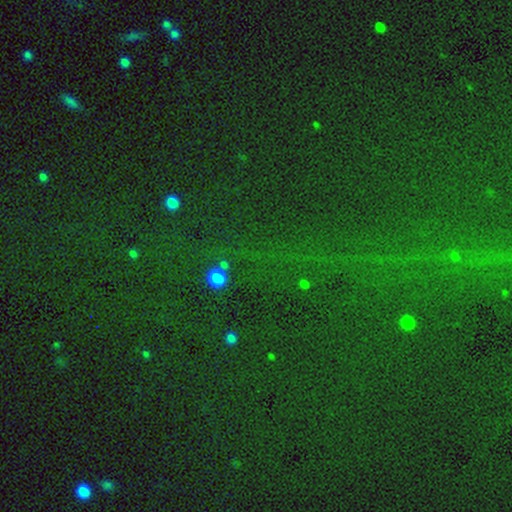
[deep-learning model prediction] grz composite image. It shows a star or artifact, not a galaxy (80%).